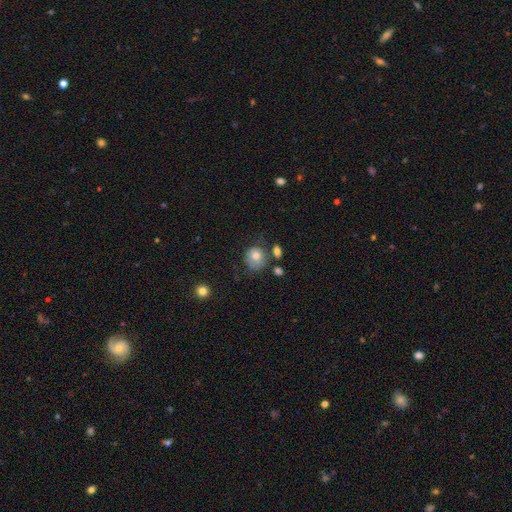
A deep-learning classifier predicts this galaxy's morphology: Smooth or featured?
  - smooth: 74% *
  - featured or disk: 16%
  - star or artifact: 10%
How rounded?
  - round: 78% *
  - in between: 21%
  - cigar-shaped: 1%
Merging?
  - none: 54% *
  - minor disturbance: 25%
  - major disturbance: 11%
  - merger: 10%